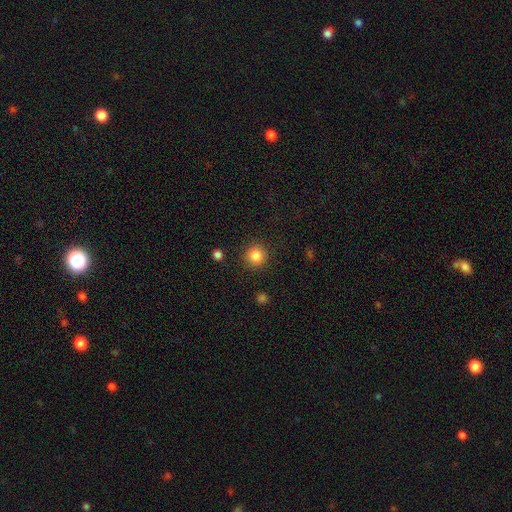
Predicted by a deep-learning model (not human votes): A smooth galaxy with no disk features (85%) that is round (94%). Merging: none (90%).